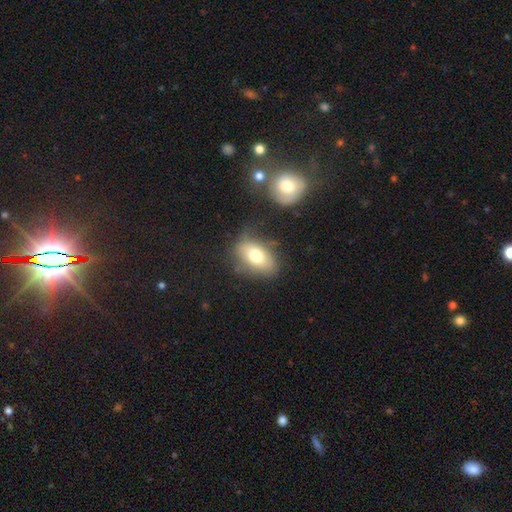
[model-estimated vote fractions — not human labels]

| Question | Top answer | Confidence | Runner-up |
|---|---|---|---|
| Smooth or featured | smooth | 69% | featured or disk (21%) |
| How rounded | in between | 80% | round (18%) |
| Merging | none | 62% | minor disturbance (23%) |